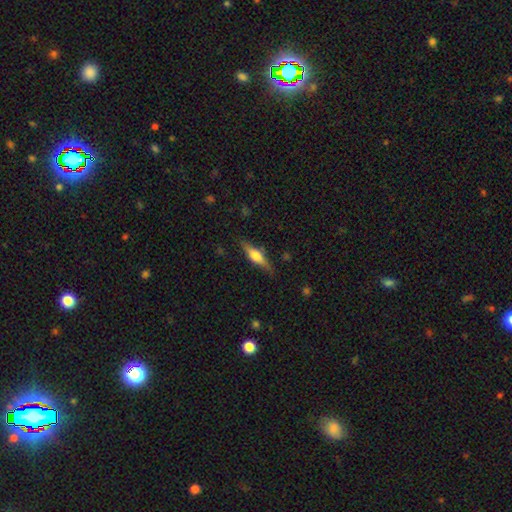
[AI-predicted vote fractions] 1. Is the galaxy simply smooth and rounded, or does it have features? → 56% featured or disk, 38% smooth, 6% star or artifact.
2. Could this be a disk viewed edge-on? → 95% yes, 5% no.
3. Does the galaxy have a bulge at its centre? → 90% rounded, 8% boxy, 3% none.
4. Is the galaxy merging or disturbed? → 83% none, 12% minor disturbance, 3% major disturbance, 1% merger.